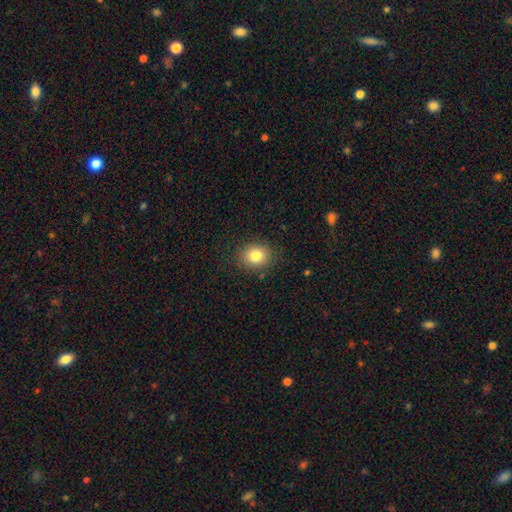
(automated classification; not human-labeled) Morphology: type=smooth (82%); roundness=round (68%); merging=none (87%).